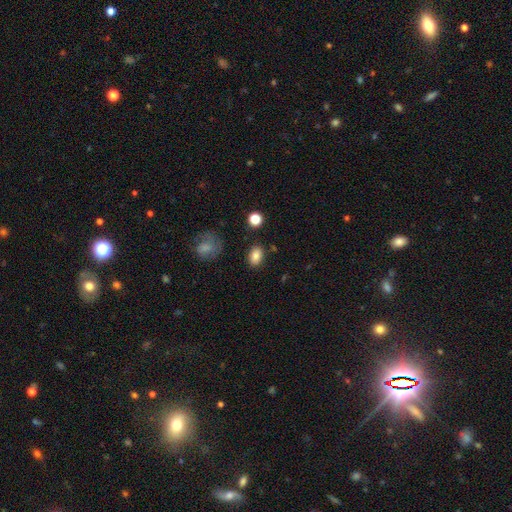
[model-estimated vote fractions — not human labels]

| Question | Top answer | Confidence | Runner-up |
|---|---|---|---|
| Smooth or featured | smooth | 83% | star or artifact (10%) |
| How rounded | in between | 81% | round (18%) |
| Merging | none | 83% | minor disturbance (11%) |